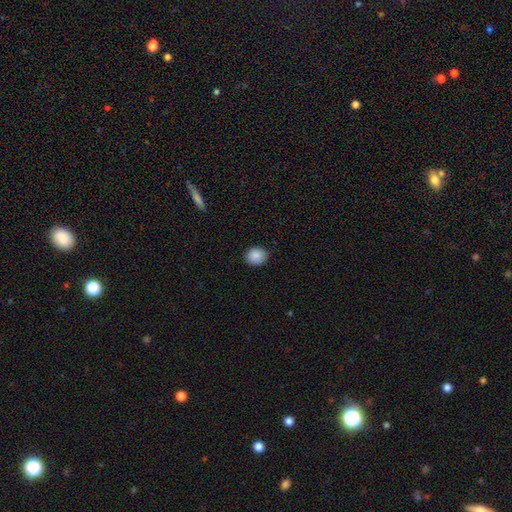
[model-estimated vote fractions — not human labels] A smooth galaxy with no disk features (89%) that is round (63%).

Vote fractions:
- Smooth or featured? smooth: 89% / star or artifact: 8% / featured or disk: 3%
- How rounded? round: 63% / in between: 36% / cigar-shaped: 1%
- Merging? none: 86% / minor disturbance: 11% / major disturbance: 2% / merger: 1%